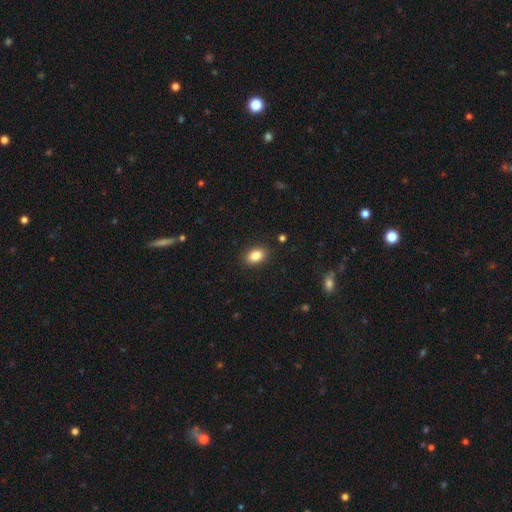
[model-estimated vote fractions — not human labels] smooth 86%, star or artifact 9%, featured or disk 5%. Down the decision tree: how rounded — in between (82%); merging — none (88%).